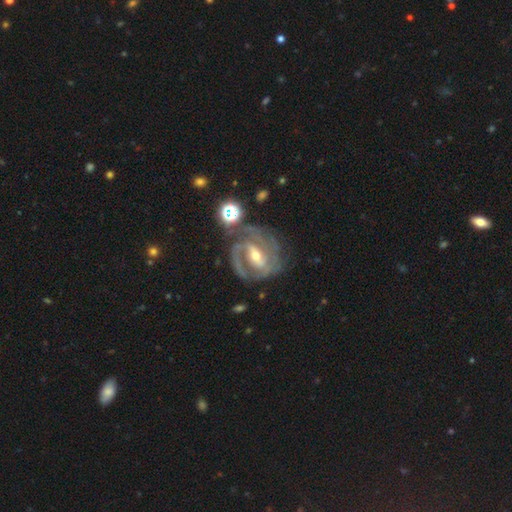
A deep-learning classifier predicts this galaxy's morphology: featured or disk 89%, star or artifact 6%, smooth 5%. Down the decision tree: edge-on disk — no (97%); bar — strong (43%); spiral arms — yes (96%); spiral arm count — 2 (46%); spiral winding — tight (49%); bulge size — moderate (51%); merging — none (67%).